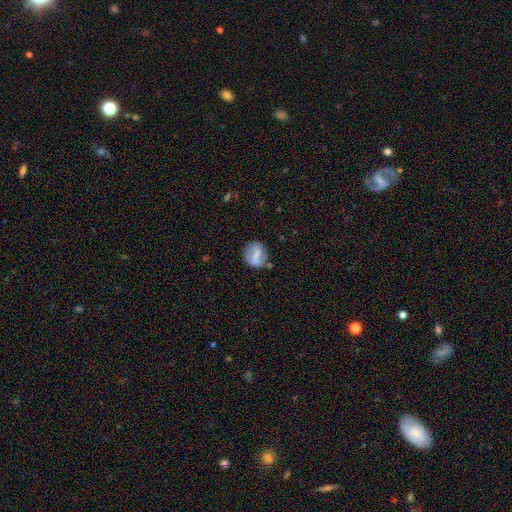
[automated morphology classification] A smooth galaxy with no disk features (46%, tied with featured or disk). Merging: none (70%).